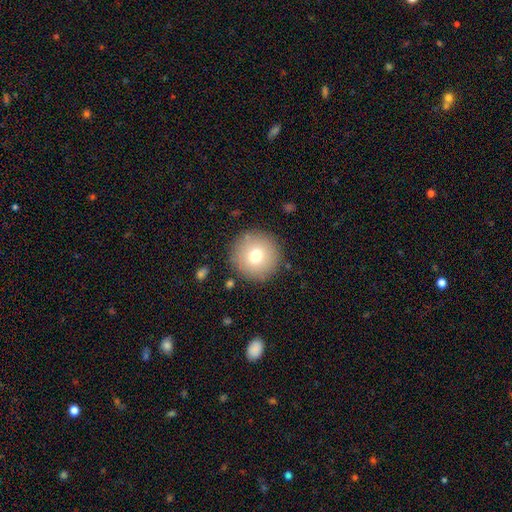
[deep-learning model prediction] Q: Smooth or featured?
A: smooth (73%); runner-up: featured or disk (16%)
Q: How rounded?
A: round (96%); runner-up: in between (3%)
Q: Merging?
A: none (88%); runner-up: minor disturbance (7%)